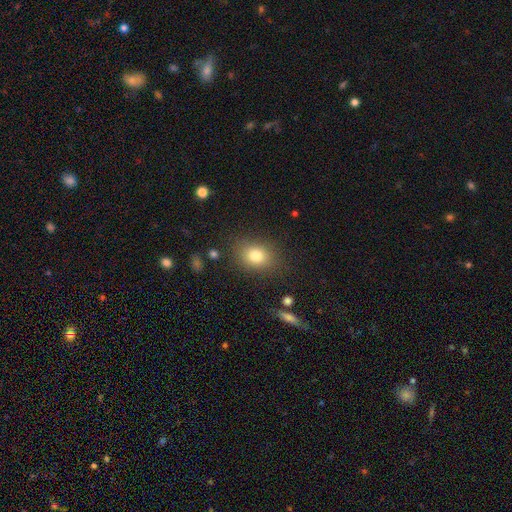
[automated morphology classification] The model was most divided on "how rounded": in between: 55%, round: 44%, cigar-shaped: 1%. More confident: merging — none (83%); smooth or featured — smooth (79%).